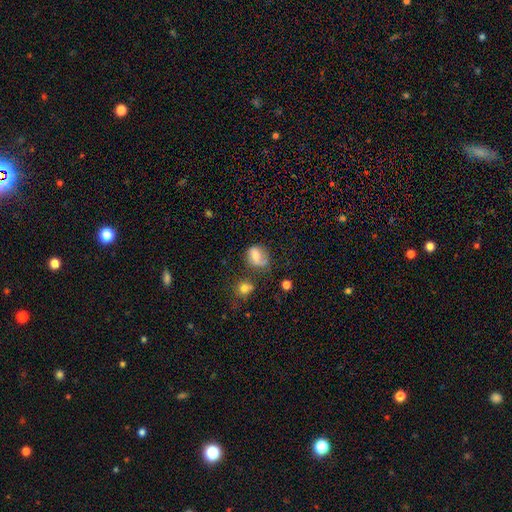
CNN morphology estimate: This is possibly a smooth galaxy (58%). How rounded: possibly in between (53%). Merging: possibly none (49%).